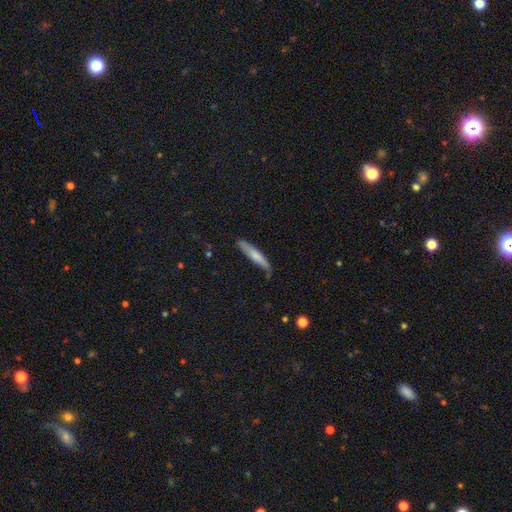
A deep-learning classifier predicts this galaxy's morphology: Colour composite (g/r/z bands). It shows a smooth galaxy with no disk features (69%) that is cigar-shaped (91%). Merging: none (74%).